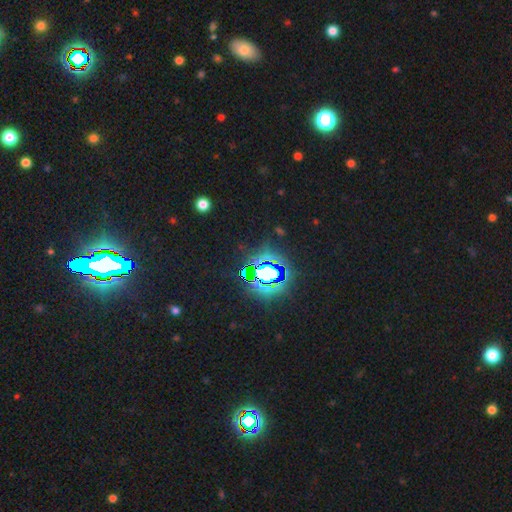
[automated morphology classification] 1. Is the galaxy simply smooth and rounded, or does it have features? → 85% star or artifact, 9% smooth, 6% featured or disk.